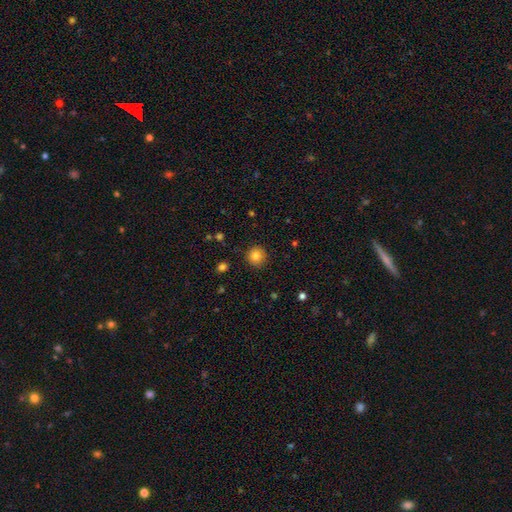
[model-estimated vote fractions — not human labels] A smooth galaxy with no disk features (83%) that is round (94%). Merging: none (90%).